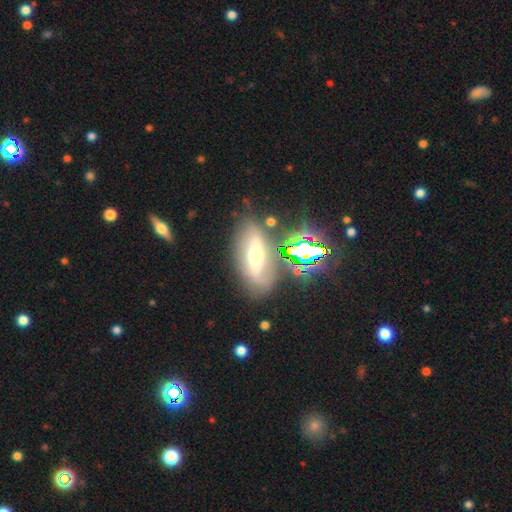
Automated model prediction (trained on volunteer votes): Q: Smooth or featured?
A: featured or disk (58%); runner-up: smooth (26%)
Q: Edge-on disk?
A: no (62%); runner-up: yes (38%)
Q: Merging?
A: none (74%); runner-up: minor disturbance (15%)